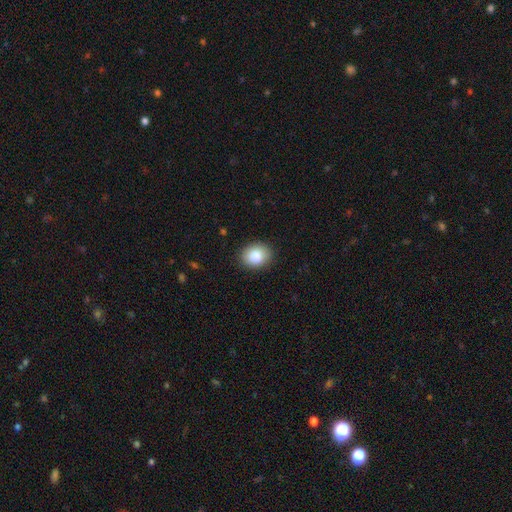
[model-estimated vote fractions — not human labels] Overall: smooth (85%). How rounded: in between (52%; round 47%). Merging: none (88%).